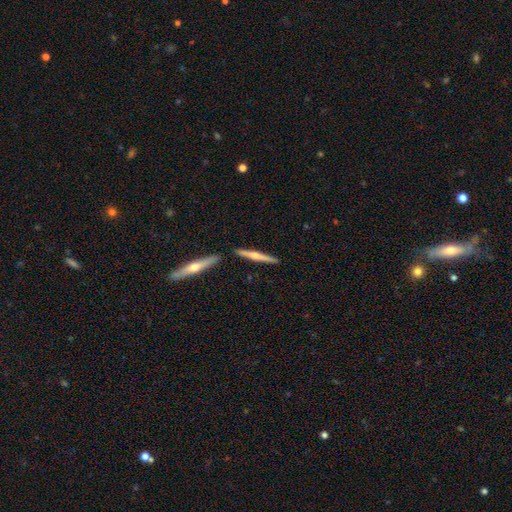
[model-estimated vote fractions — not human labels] A featured or disk galaxy (52%) viewed edge-on (97%) with a rounded central bulge (72%).

Vote fractions:
- Smooth or featured? featured or disk: 52% / smooth: 43% / star or artifact: 5%
- Edge-on disk? yes: 97% / no: 3%
- Edge-on bulge? rounded: 72% / none: 20% / boxy: 7%
- Merging? none: 83% / minor disturbance: 8% / merger: 7% / major disturbance: 2%